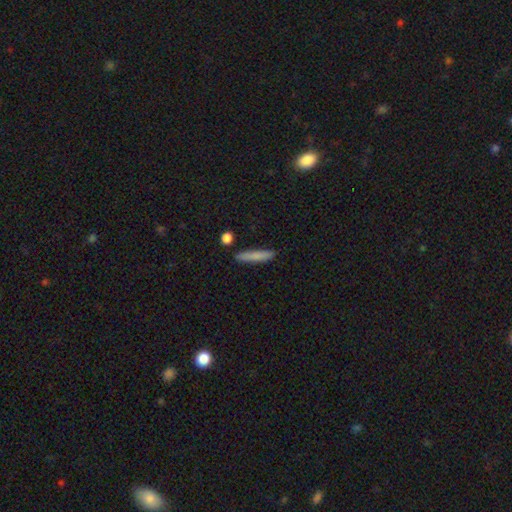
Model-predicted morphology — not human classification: Smooth or featured? smooth (80%)
How rounded? cigar-shaped (90%)
Merging? none (86%)